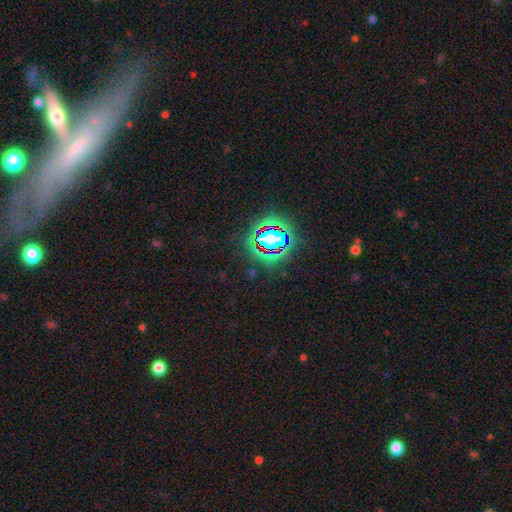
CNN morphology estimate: smooth_or_featured: star or artifact (p=0.75) [alt: smooth p=0.15]